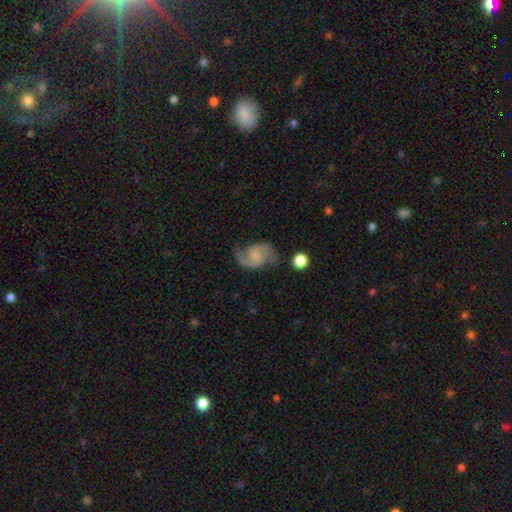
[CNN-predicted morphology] Smooth or featured: featured or disk — 85% (smooth — 10%)
Edge-on disk: no — 98% (yes — 2%)
Bar: no — 52% (weak — 41%)
Spiral arms: yes — 97% (no — 3%)
Spiral winding: medium — 50% (loose — 37%)
Spiral arm count: 2 — 92% (can't tell — 2%)
Bulge size: small — 40% (none — 38%)
Merging: none — 74% (minor disturbance — 17%)